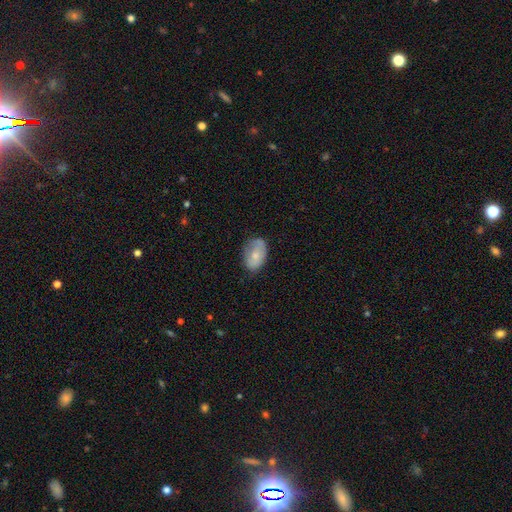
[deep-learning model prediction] Morphology: type=smooth (68%); roundness=in between (88%); merging=none (62%).